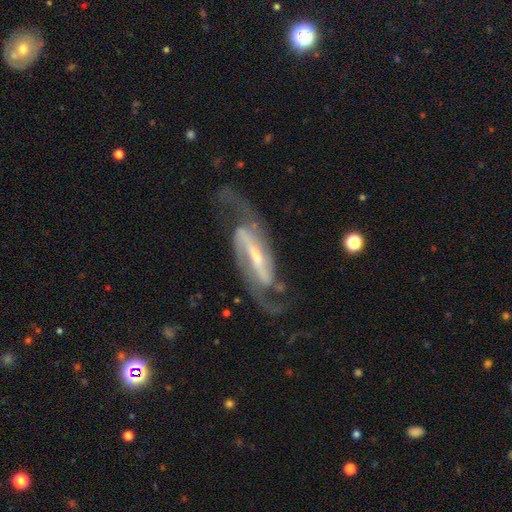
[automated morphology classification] type=featured or disk (91%); edge-on=no (92%); bar=strong (64%); spiral arms=yes (98%); winding=medium (54%); arm count=2 (91%); bulge=small (60%); merging=none (73%).